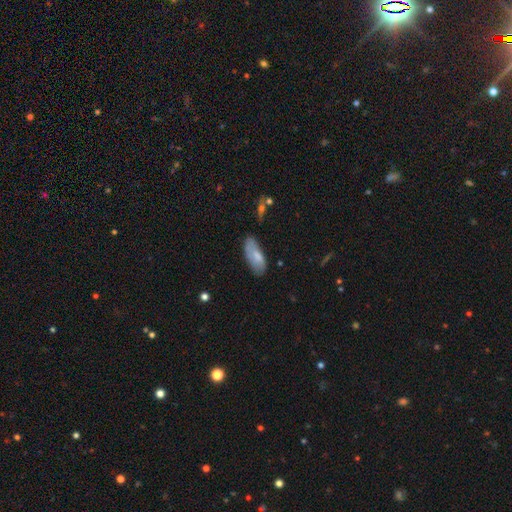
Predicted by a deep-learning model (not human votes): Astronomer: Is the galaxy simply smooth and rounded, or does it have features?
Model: smooth — 72%.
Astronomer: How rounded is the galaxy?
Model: in between — 80%.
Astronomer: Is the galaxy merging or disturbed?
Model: none — 66%.